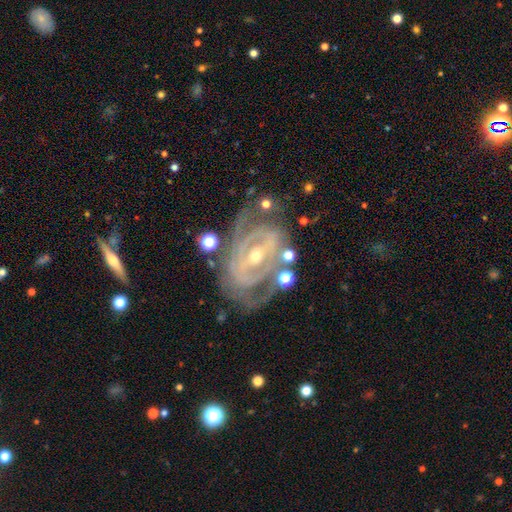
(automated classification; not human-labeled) smooth_or_featured: featured or disk (p=0.89) [alt: smooth p=0.06]
disk_edge_on: no (p=0.96) [alt: yes p=0.04]
bar: strong (p=0.47) [alt: weak p=0.34]
has_spiral_arms: yes (p=0.89) [alt: no p=0.11]
spiral_winding: tight (p=0.65) [alt: medium p=0.27]
spiral_arm_count: 2 (p=0.43) [alt: can't tell p=0.28]
bulge_size: small (p=0.56) [alt: moderate p=0.41]
merging: none (p=0.65) [alt: minor disturbance p=0.19]